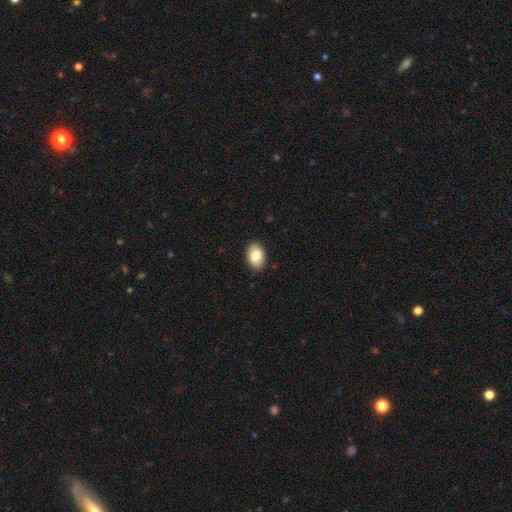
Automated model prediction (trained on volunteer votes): This is clearly a smooth galaxy (81%). How rounded: clearly in between (89%). Merging: clearly none (89%).